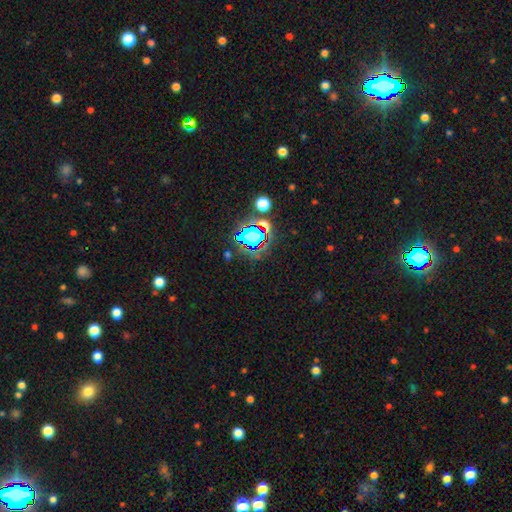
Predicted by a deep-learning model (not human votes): This appears to be a star or artifact, not a galaxy (79%).